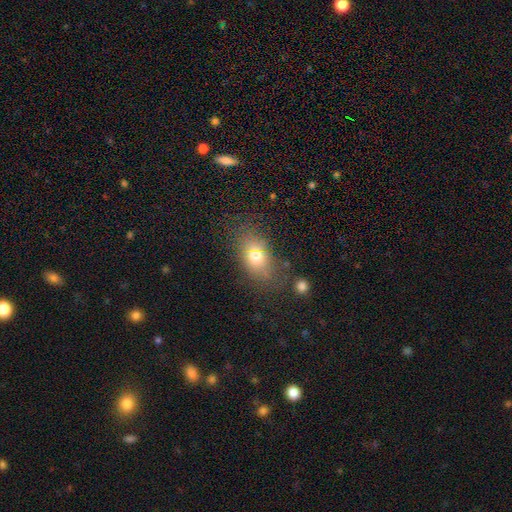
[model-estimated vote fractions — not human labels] Smooth or featured: smooth — 71% (featured or disk — 15%)
How rounded: in between — 78% (round — 18%)
Merging: none — 70% (minor disturbance — 17%)